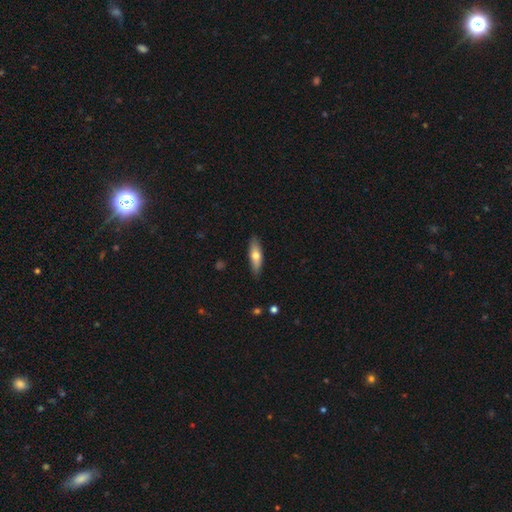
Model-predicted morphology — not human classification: Smooth or featured? Predicted: smooth (p=0.63). How rounded? Predicted: in between (p=0.49, tied with cigar-shaped). Merging? Predicted: none (p=0.85).